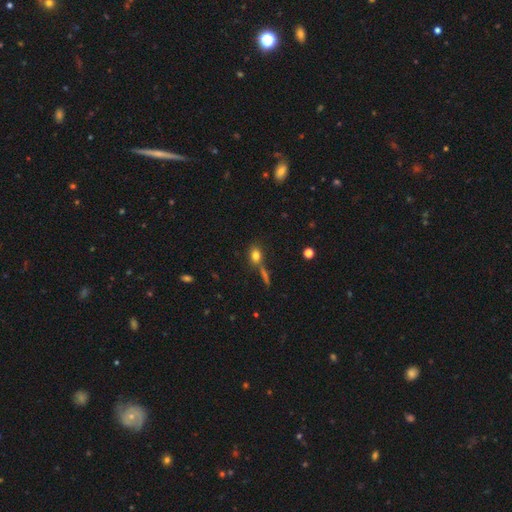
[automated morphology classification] A smooth galaxy with no disk features (78%) that is in between round and cigar-shaped (66%). Merging: none (64%).